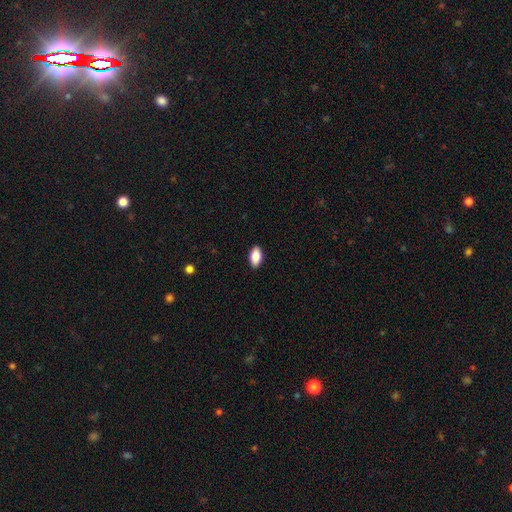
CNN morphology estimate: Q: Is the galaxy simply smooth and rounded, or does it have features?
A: smooth — 87%.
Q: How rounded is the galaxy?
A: in between — 93%.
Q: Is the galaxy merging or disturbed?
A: none — 90%.